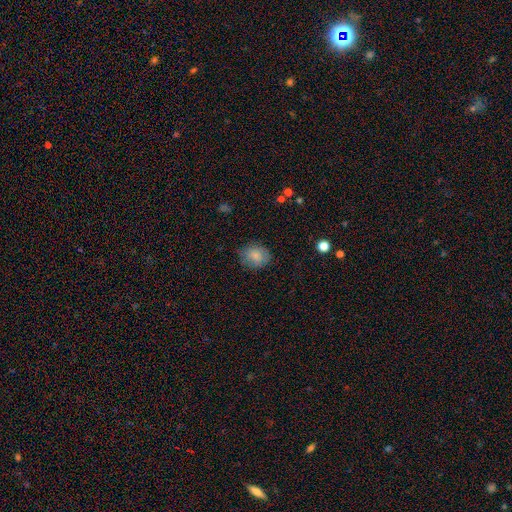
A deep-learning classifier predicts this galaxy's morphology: Smooth or featured: smooth — 84% (star or artifact — 8%)
How rounded: round — 58% (in between — 41%)
Merging: none — 78% (minor disturbance — 17%)